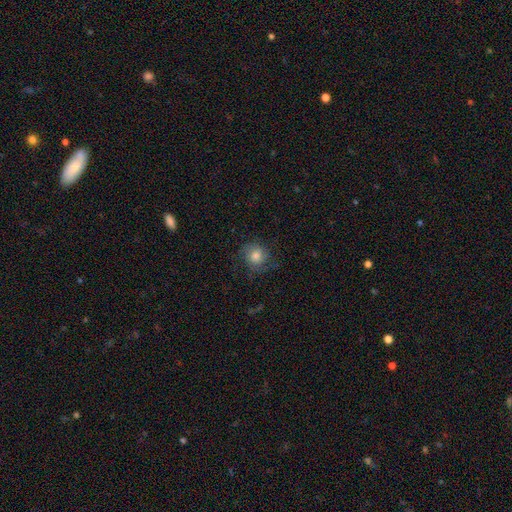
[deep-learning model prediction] smooth_or_featured: smooth (p=0.61) [alt: featured or disk p=0.27]
how_rounded: round (p=0.84) [alt: in between p=0.15]
merging: none (p=0.71) [alt: minor disturbance p=0.18]